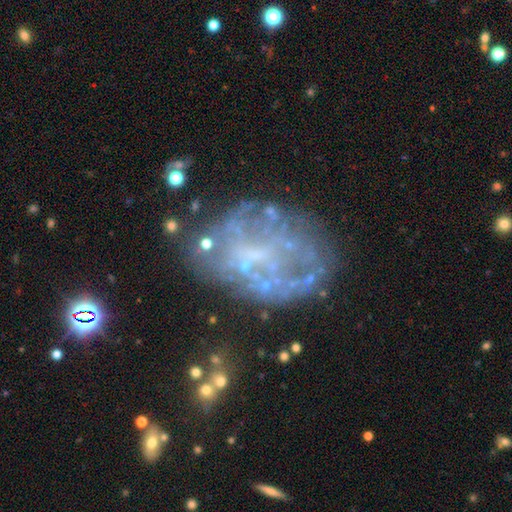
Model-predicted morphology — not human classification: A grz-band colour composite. It shows a featured or disk galaxy (66%) with no bar (83%), no spiral arms (79%) and no central bulge (63%). Merging: none (56%).